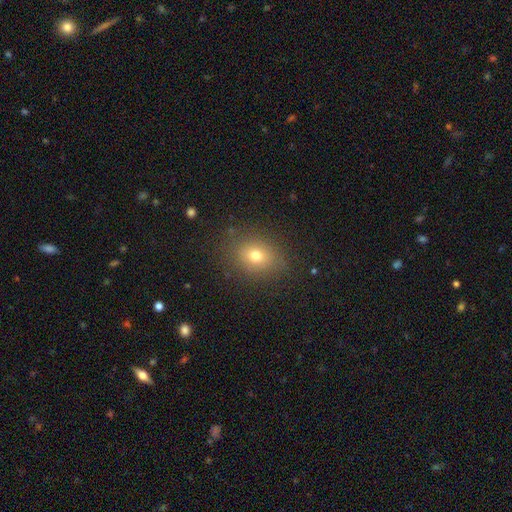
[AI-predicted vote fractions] Smooth or featured? Predicted: smooth (p=0.73). How rounded? Predicted: round (p=0.58). Merging? Predicted: none (p=0.84).